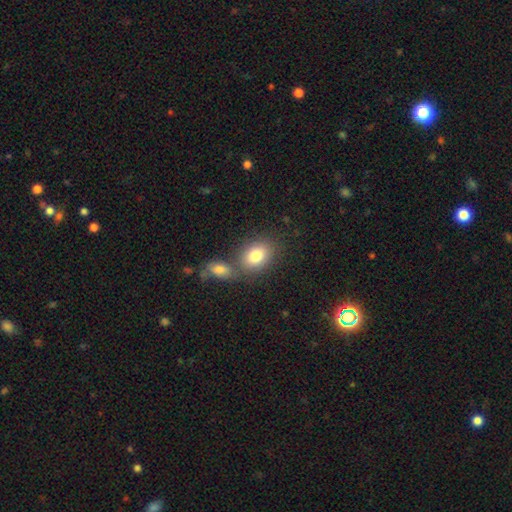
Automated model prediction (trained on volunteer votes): Overall: smooth (80%). How rounded: in between (70%). Merging: none (56%; merger 28%).